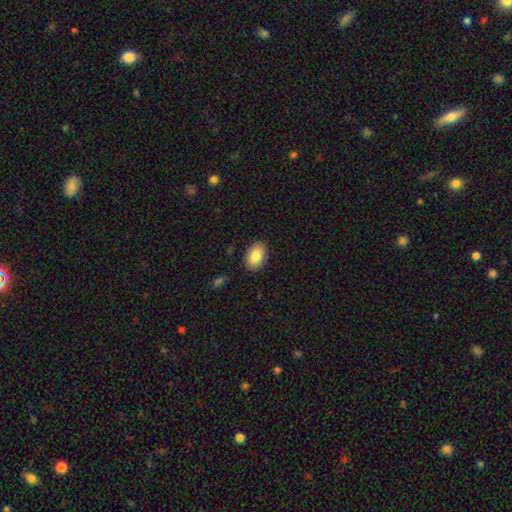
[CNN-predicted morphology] Smooth or featured? smooth (84%)
How rounded? in between (90%)
Merging? none (88%)